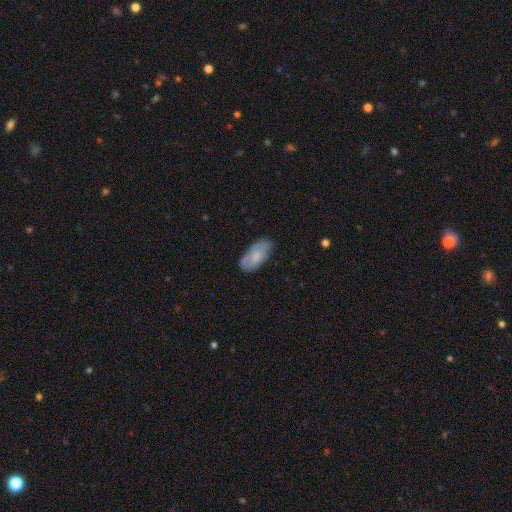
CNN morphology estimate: This is likely a smooth galaxy (64%). How rounded: clearly in between (92%). Merging: likely none (62%).